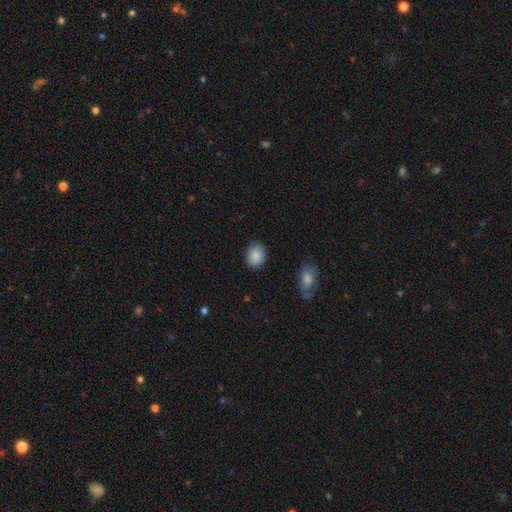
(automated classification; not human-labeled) Overall: smooth (88%). How rounded: in between (53%; round 46%). Merging: none (85%).